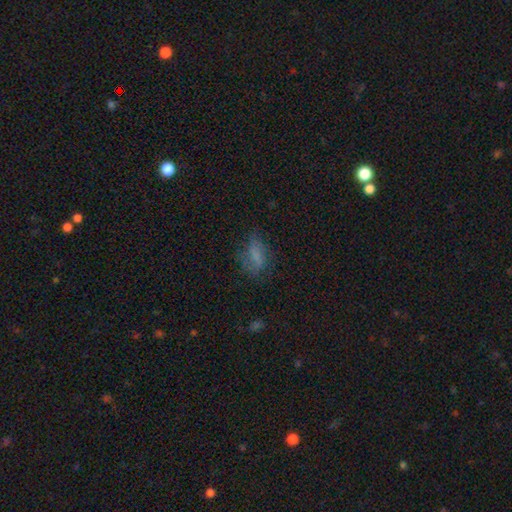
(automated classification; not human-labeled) smooth_or_featured: smooth (p=0.63) [alt: featured or disk p=0.22]
how_rounded: in between (p=0.77) [alt: cigar-shaped p=0.14]
merging: none (p=0.56) [alt: minor disturbance p=0.24]